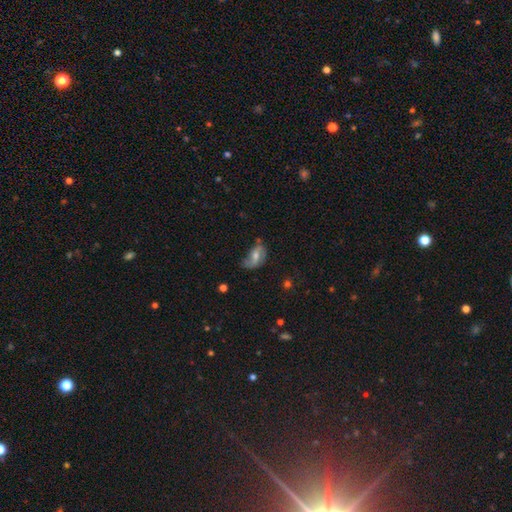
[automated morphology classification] smooth-or-featured: featured or disk: 55% | smooth: 35% | star or artifact: 10%
  disk-edge-on: no: 94% | yes: 6%
    bar: no: 45% | weak: 40% | strong: 16%
    has-spiral-arms: yes: 78% | no: 22%
    bulge-size: moderate: 57% | small: 33% | large: 5% | none: 4% | dominant: 1%
  merging: none: 46% | minor disturbance: 33% | major disturbance: 18% | merger: 3%